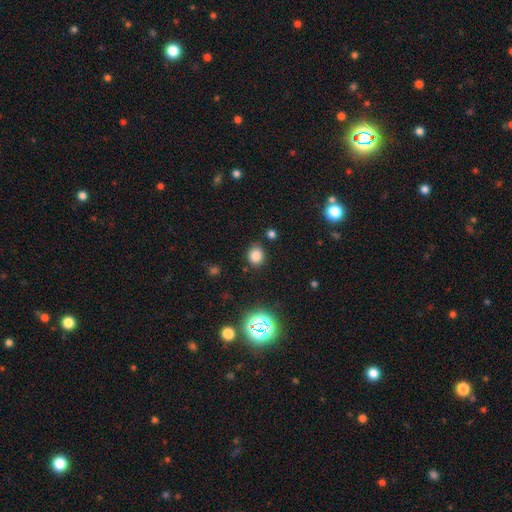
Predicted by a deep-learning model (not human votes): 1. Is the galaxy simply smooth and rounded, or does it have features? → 79% smooth, 16% star or artifact, 5% featured or disk.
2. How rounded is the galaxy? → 69% round, 30% in between, 1% cigar-shaped.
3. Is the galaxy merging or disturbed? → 83% none, 11% minor disturbance, 3% major disturbance, 3% merger.